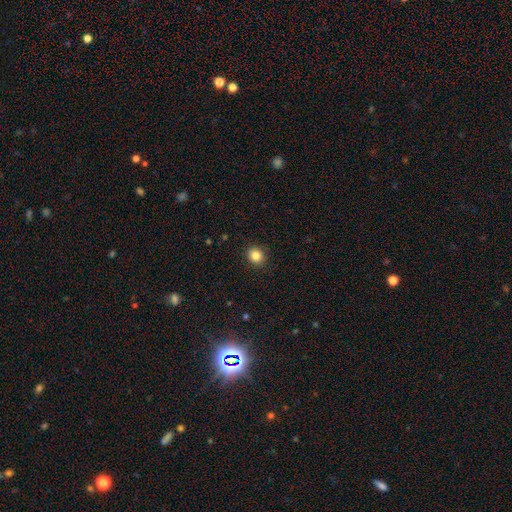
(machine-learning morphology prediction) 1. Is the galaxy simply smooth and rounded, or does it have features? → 84% smooth, 11% star or artifact, 5% featured or disk.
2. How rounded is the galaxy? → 79% round, 20% in between, 1% cigar-shaped.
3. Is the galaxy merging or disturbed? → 91% none, 6% minor disturbance, 2% major disturbance, 1% merger.